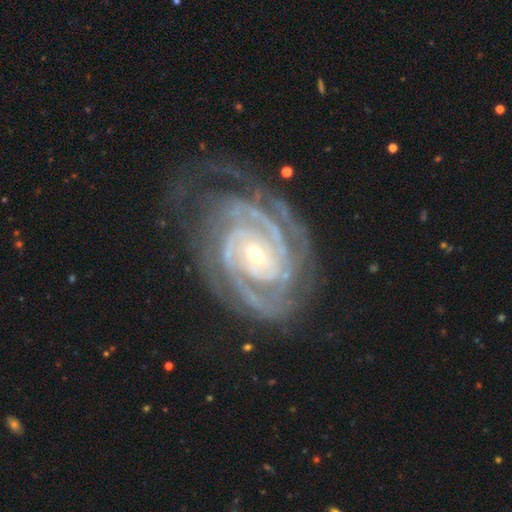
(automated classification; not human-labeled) Smooth or featured?
  - featured or disk: 92% *
  - star or artifact: 5%
  - smooth: 3%
Edge-on disk?
  - no: 97% *
  - yes: 3%
Bar?
  - no: 56% *
  - weak: 28%
  - strong: 16%
Spiral arms?
  - yes: 98% *
  - no: 2%
Spiral winding?
  - tight: 77% *
  - medium: 20%
  - loose: 3%
Spiral arm count?
  - 2: 34% *
  - 3: 22%
  - can't tell: 17%
  - 4: 13%
  - more than 4: 7%
  - 1: 7%
Bulge size?
  - small: 65% *
  - moderate: 32%
  - large: 2%
  - none: 1%
  - dominant: 1%
Merging?
  - none: 64% *
  - minor disturbance: 20%
  - major disturbance: 14%
  - merger: 2%